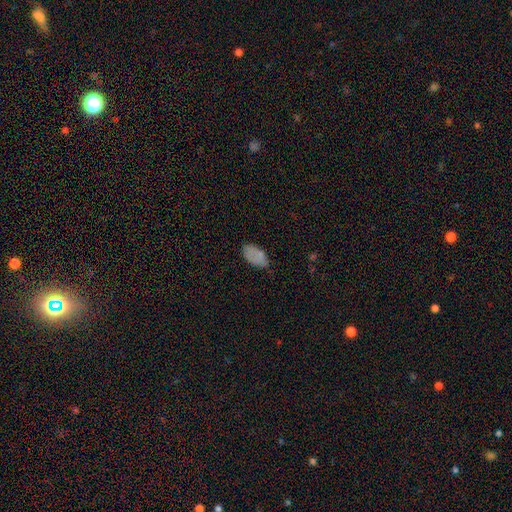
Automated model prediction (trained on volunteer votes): smooth-or-featured: smooth: 79% | star or artifact: 10% | featured or disk: 10%
  how-rounded: in between: 95% | round: 3% | cigar-shaped: 2%
  merging: none: 66% | minor disturbance: 25% | major disturbance: 6% | merger: 2%